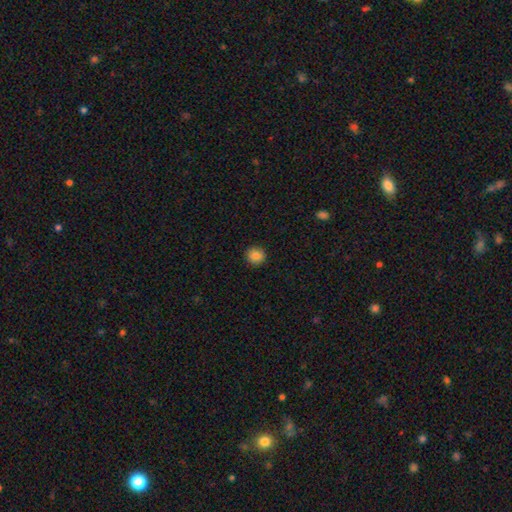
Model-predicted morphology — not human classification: The model was most divided on "smooth or featured": smooth: 84%, star or artifact: 10%, featured or disk: 6%. More confident: how rounded — round (94%); merging — none (92%).